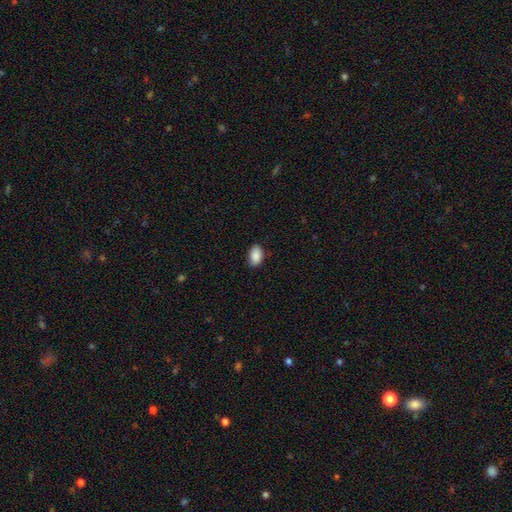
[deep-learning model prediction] A smooth galaxy with no disk features (89%) that is in between round and cigar-shaped (91%).

Vote fractions:
- Smooth or featured? smooth: 89% / star or artifact: 7% / featured or disk: 4%
- How rounded? in between: 91% / round: 8% / cigar-shaped: 1%
- Merging? none: 84% / minor disturbance: 13% / major disturbance: 2% / merger: 1%